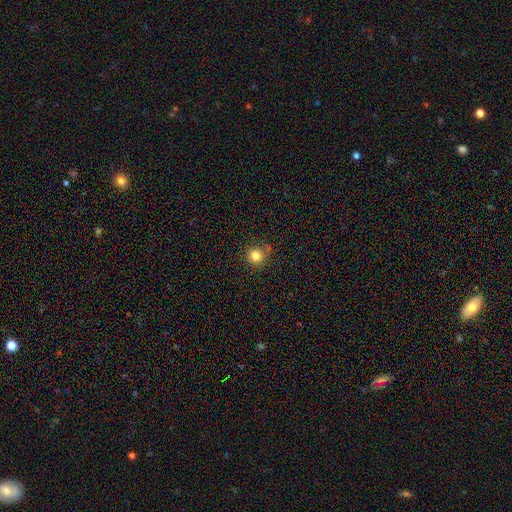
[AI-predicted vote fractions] The model was most divided on "merging": none: 79%, minor disturbance: 13%, major disturbance: 4%, merger: 4%. More confident: how rounded — round (93%); smooth or featured — smooth (82%).